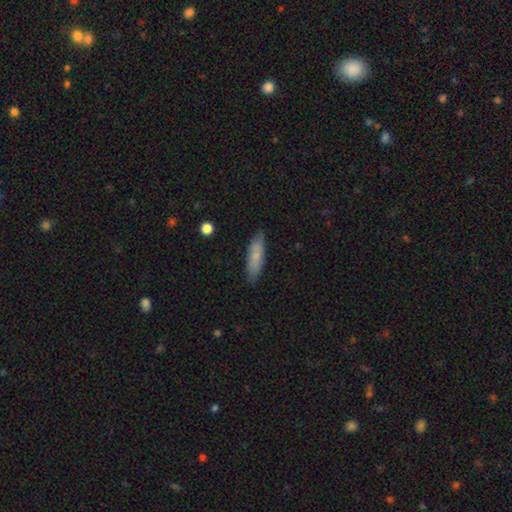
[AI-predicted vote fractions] smooth_or_featured: smooth (p=0.78) [alt: featured or disk p=0.16]
how_rounded: cigar-shaped (p=0.62) [alt: in between p=0.36]
merging: none (p=0.85) [alt: minor disturbance p=0.12]